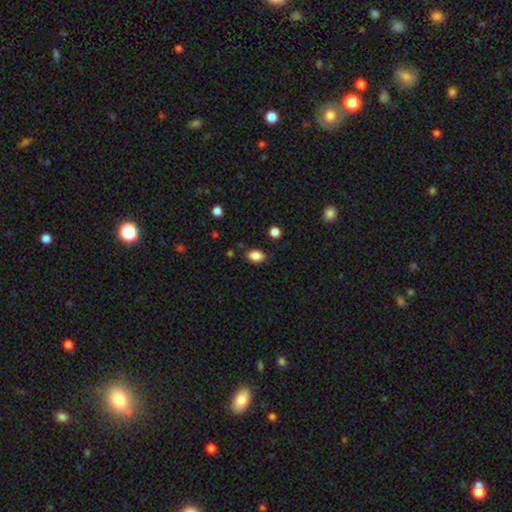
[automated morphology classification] A smooth galaxy with no disk features (87%) that is in between round and cigar-shaped (85%). Merging: none (82%).